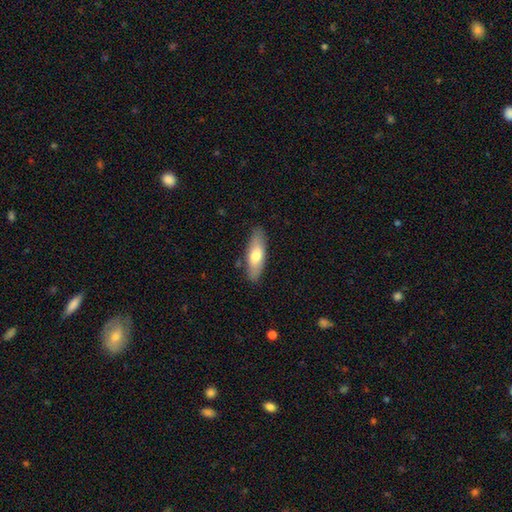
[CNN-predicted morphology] This is likely a smooth galaxy (68%). How rounded: likely in between (60%). Merging: clearly none (84%).